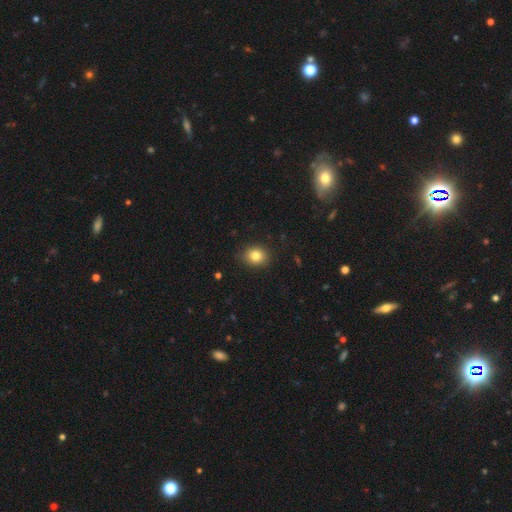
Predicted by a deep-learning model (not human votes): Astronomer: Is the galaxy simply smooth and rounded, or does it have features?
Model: smooth — 82%.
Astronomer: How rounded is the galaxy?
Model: round — 61% (runner-up: in between, 38%).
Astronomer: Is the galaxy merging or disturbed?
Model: none — 87%.